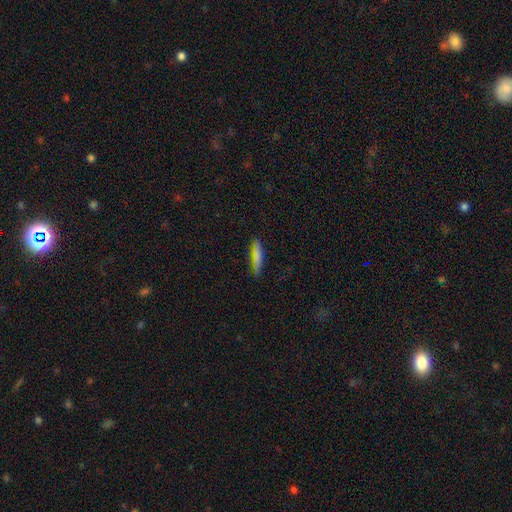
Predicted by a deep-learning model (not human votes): Smooth or featured? Predicted: smooth (p=0.66). How rounded? Predicted: cigar-shaped (p=0.86). Merging? Predicted: none (p=0.86).